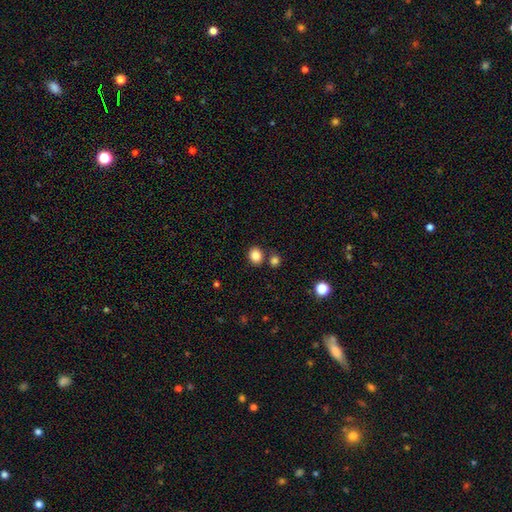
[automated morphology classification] smooth_or_featured: smooth (p=0.85) [alt: star or artifact p=0.10]
how_rounded: round (p=0.66) [alt: in between p=0.33]
merging: none (p=0.78) [alt: merger p=0.11]